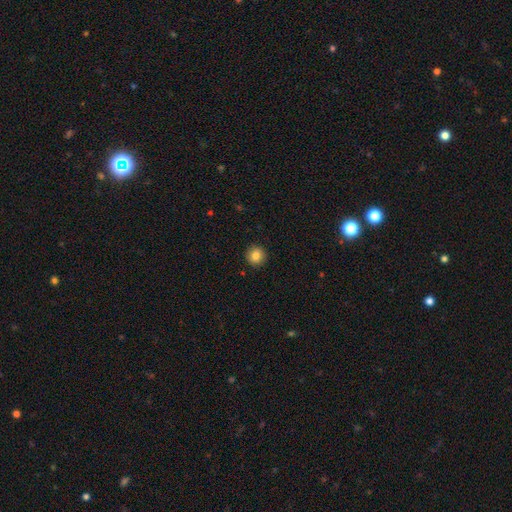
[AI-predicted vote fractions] smooth-or-featured: smooth: 85% | star or artifact: 9% | featured or disk: 6%
  how-rounded: round: 94% | in between: 5% | cigar-shaped: 1%
  merging: none: 92% | minor disturbance: 5% | major disturbance: 2% | merger: 1%